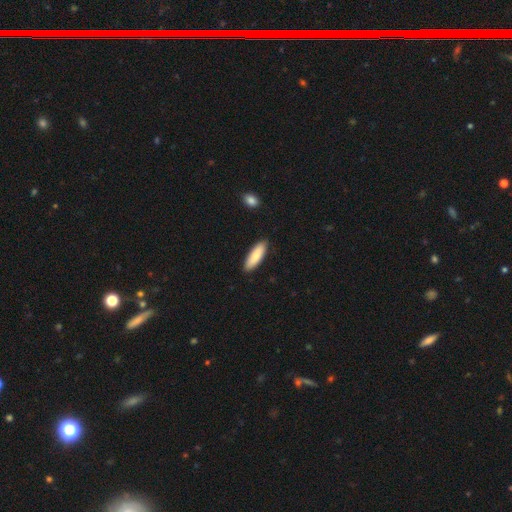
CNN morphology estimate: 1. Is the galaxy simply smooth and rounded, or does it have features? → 83% smooth, 12% featured or disk, 5% star or artifact.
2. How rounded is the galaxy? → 52% in between, 46% cigar-shaped, 1% round.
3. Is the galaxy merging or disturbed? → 87% none, 10% minor disturbance, 2% major disturbance, 1% merger.